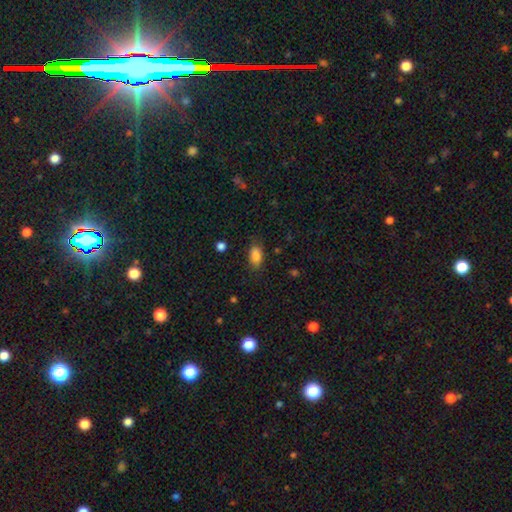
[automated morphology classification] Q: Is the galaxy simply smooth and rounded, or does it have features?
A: smooth — 85%.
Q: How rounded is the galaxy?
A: in between — 89%.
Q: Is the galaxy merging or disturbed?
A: none — 75%.